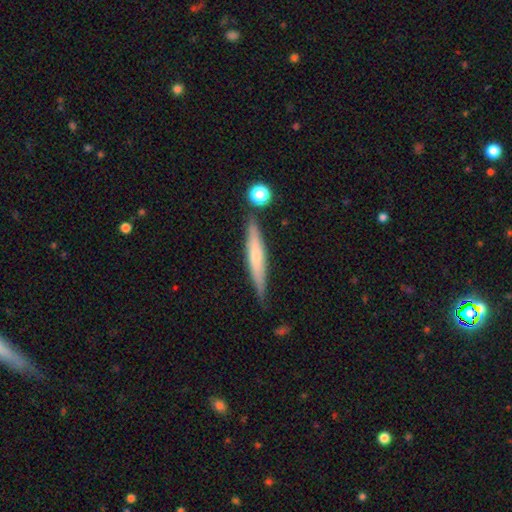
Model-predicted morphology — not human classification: The model was most divided on "smooth or featured" (2-way tie): smooth: 47%, featured or disk: 47%, star or artifact: 6%. More confident: merging — none (80%).